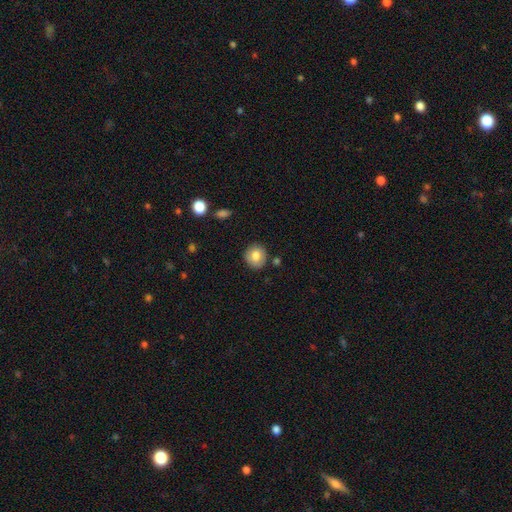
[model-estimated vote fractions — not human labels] Morphology: type=smooth (80%); roundness=round (88%); merging=none (86%).